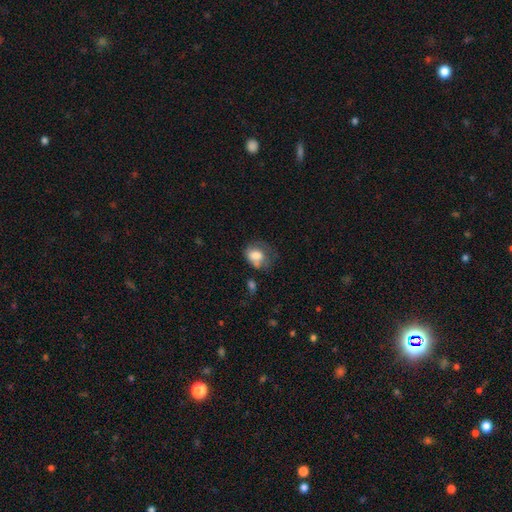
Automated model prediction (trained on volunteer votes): Smooth or featured?
  - smooth: 71% *
  - featured or disk: 20%
  - star or artifact: 9%
How rounded?
  - in between: 59% *
  - round: 40%
  - cigar-shaped: 1%
Merging?
  - none: 31% * (tied)
  - minor disturbance: 31% * (tied)
  - major disturbance: 27%
  - merger: 10%